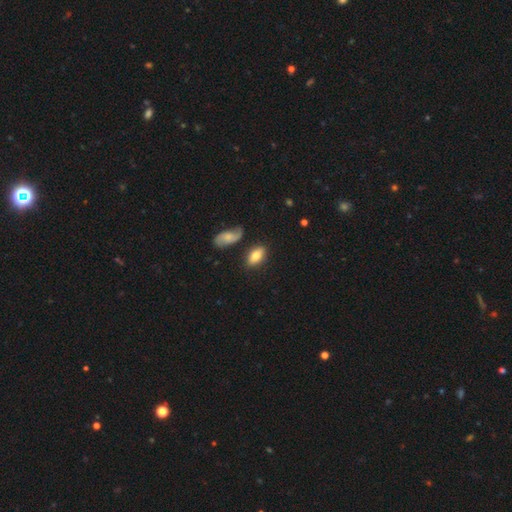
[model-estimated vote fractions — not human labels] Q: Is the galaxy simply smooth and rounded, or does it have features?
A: smooth — 77%.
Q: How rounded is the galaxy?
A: in between — 89%.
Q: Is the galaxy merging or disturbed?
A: none — 74%.